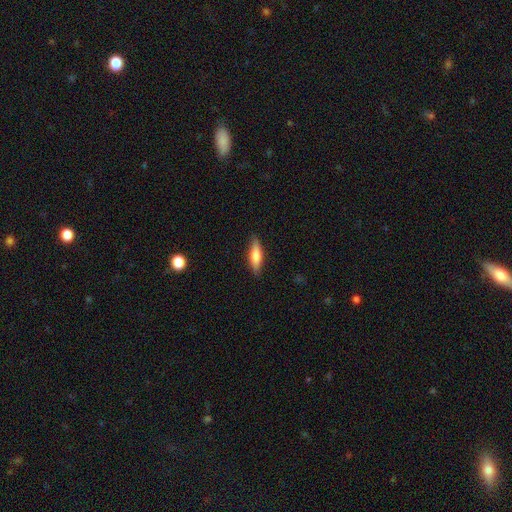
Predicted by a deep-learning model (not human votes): A smooth galaxy with no disk features (68%) that is cigar-shaped (59%).

Vote fractions:
- Smooth or featured? smooth: 68% / featured or disk: 26% / star or artifact: 6%
- How rounded? cigar-shaped: 59% / in between: 39% / round: 2%
- Merging? none: 85% / minor disturbance: 11% / major disturbance: 2% / merger: 1%